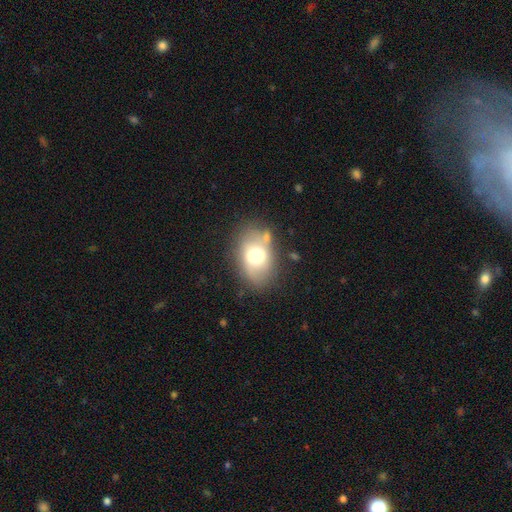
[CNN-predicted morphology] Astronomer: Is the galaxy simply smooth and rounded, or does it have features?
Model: smooth — 62%.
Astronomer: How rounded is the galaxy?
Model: in between — 79%.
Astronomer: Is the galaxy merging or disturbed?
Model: none — 66%.